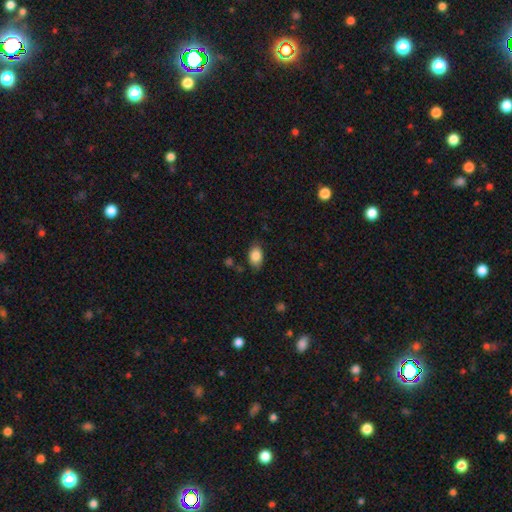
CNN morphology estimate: Q: Smooth or featured?
A: smooth (85%); runner-up: featured or disk (8%)
Q: How rounded?
A: in between (87%); runner-up: round (11%)
Q: Merging?
A: none (79%); runner-up: minor disturbance (16%)